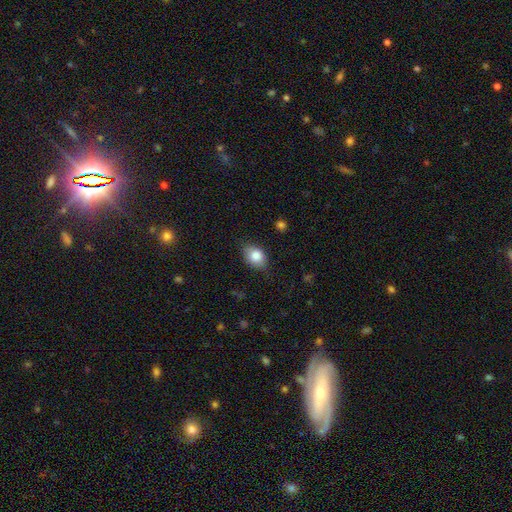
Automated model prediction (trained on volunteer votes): This appears to be a smooth galaxy with no disk features (83%) that is in between round and cigar-shaped (76%). Merging: none (79%).